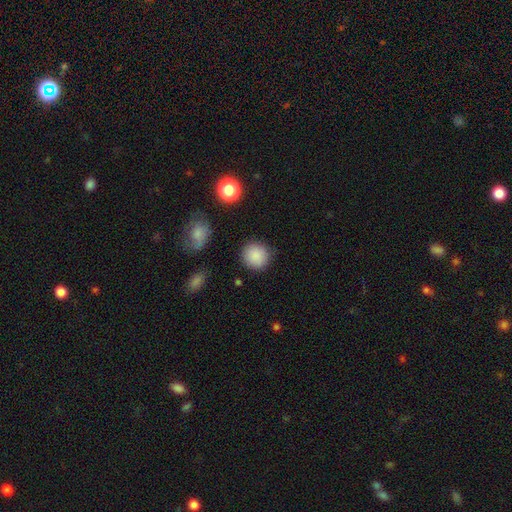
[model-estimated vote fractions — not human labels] smooth 88%, star or artifact 8%, featured or disk 4%. Down the decision tree: how rounded — round (91%); merging — none (87%).